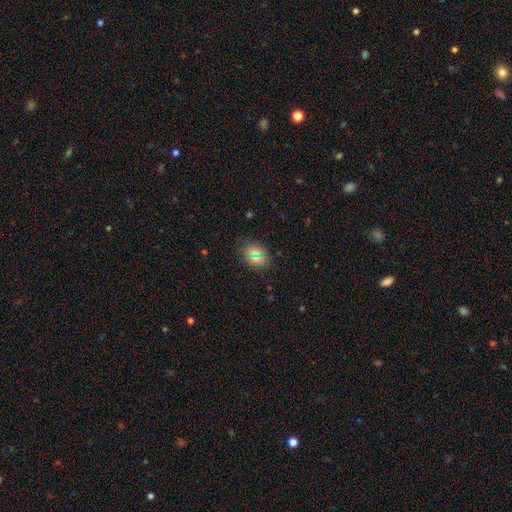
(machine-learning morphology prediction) type=smooth (69%); roundness=in between (51%); merging=none (85%).